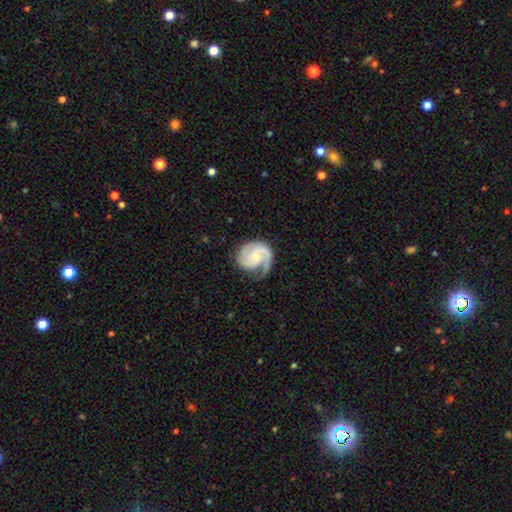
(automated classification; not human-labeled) The model was most divided on "spiral winding": tight: 44%, medium: 41%, loose: 14%. Remaining: edge-on disk — no (98%); spiral arms — yes (96%); smooth or featured — featured or disk (83%); bar — no (62%); merging — none (58%); bulge size — small (55%); spiral arm count — 2 (47%).